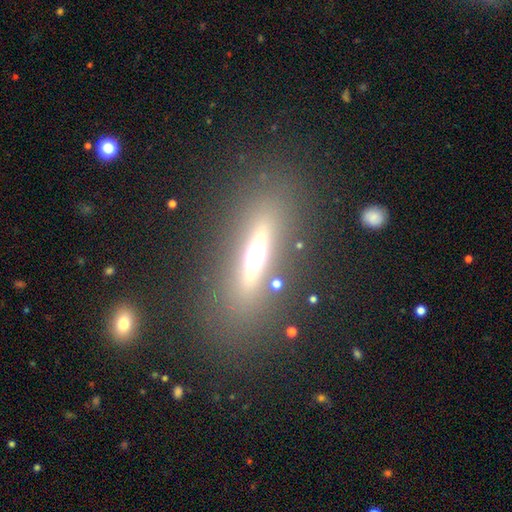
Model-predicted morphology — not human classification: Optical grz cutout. It shows a featured or disk galaxy (53%) viewed edge-on (87%). Merging: none (82%).